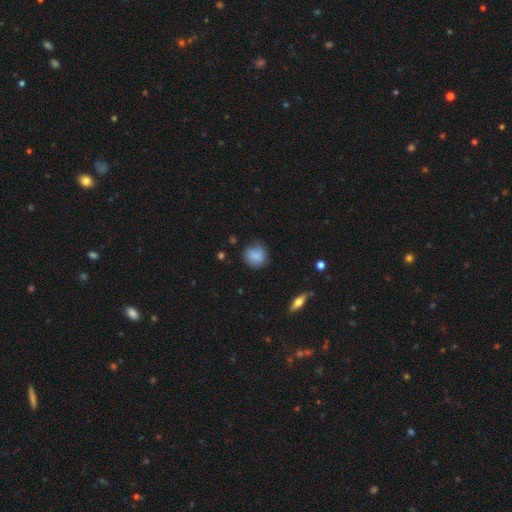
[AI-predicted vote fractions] A smooth galaxy with no disk features (81%) that is round (82%).

Vote fractions:
- Smooth or featured? smooth: 81% / featured or disk: 10% / star or artifact: 8%
- How rounded? round: 82% / in between: 16% / cigar-shaped: 1%
- Merging? none: 73% / minor disturbance: 21% / major disturbance: 5% / merger: 2%